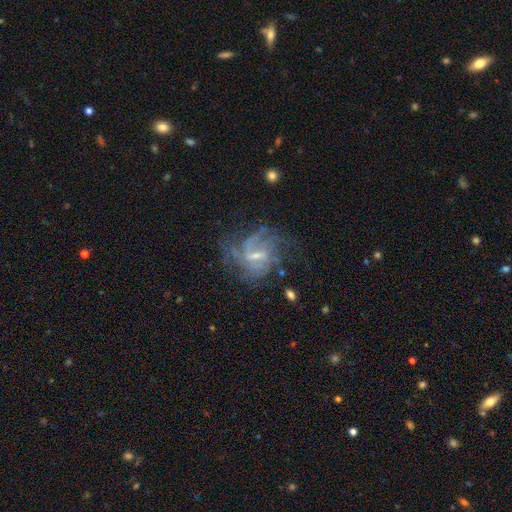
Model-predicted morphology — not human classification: This appears to be a featured or disk galaxy (80%) with a weak bar (56%), medium (41%) spiral arms (88%) and a small central bulge (55%). Merging: none (55%).